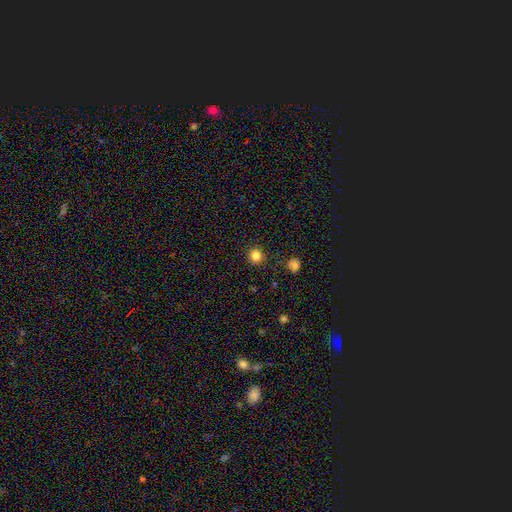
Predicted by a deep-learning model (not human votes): The model was most divided on "smooth or featured": smooth: 83%, star or artifact: 12%, featured or disk: 4%. More confident: how rounded — round (91%); merging — none (90%).